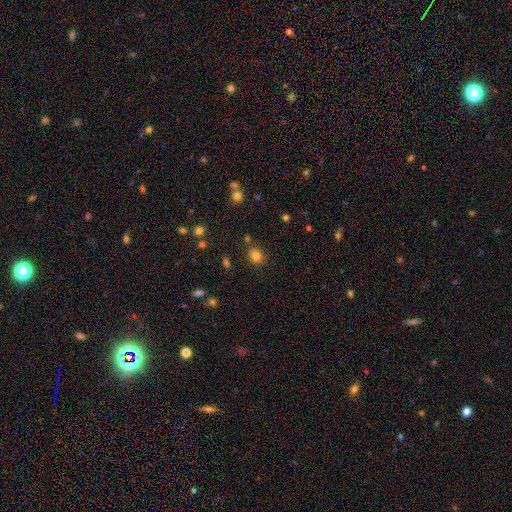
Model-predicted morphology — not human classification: Smooth or featured? Predicted: smooth (p=0.81). How rounded? Predicted: round (p=0.72). Merging? Predicted: none (p=0.79).